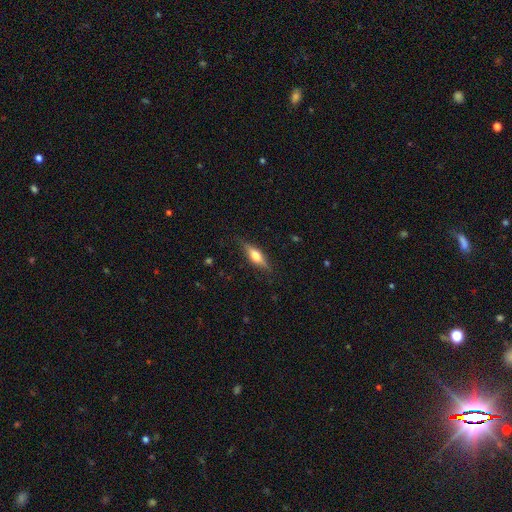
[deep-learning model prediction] smooth_or_featured: featured or disk (p=0.52) [alt: smooth p=0.41]
disk_edge_on: yes (p=0.93) [alt: no p=0.07]
merging: none (p=0.82) [alt: minor disturbance p=0.13]